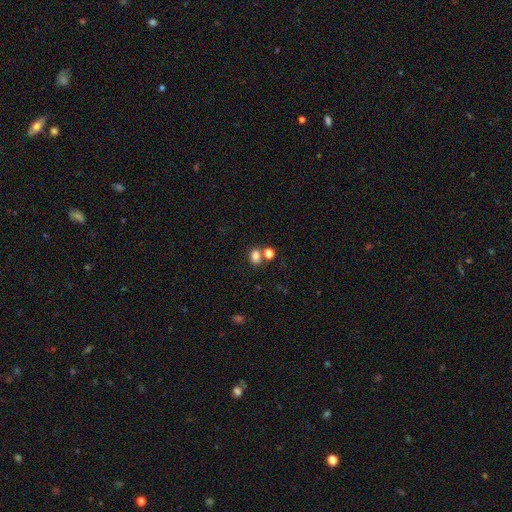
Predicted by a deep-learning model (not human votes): smooth 80%, star or artifact 13%, featured or disk 6%. Down the decision tree: how rounded — in between (59%); merging — none (56%).